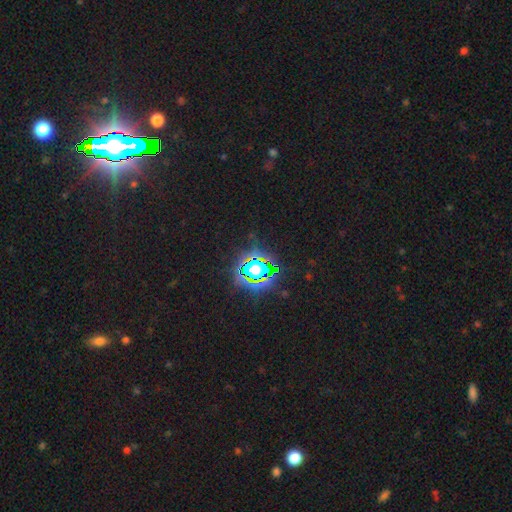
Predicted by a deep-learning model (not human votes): star or artifact 84%, smooth 10%, featured or disk 7%.